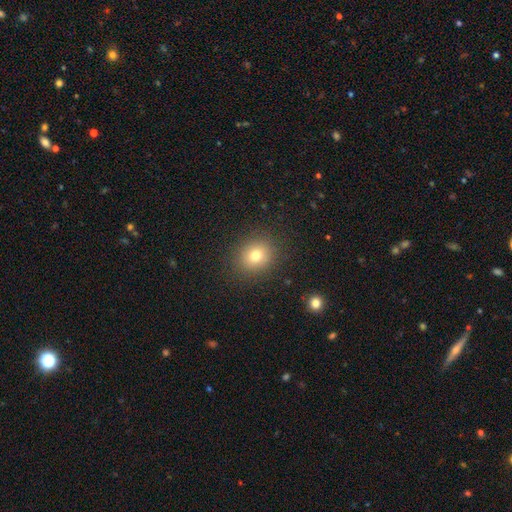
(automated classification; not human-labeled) Overall: smooth (76%). How rounded: round (72%). Merging: none (88%).